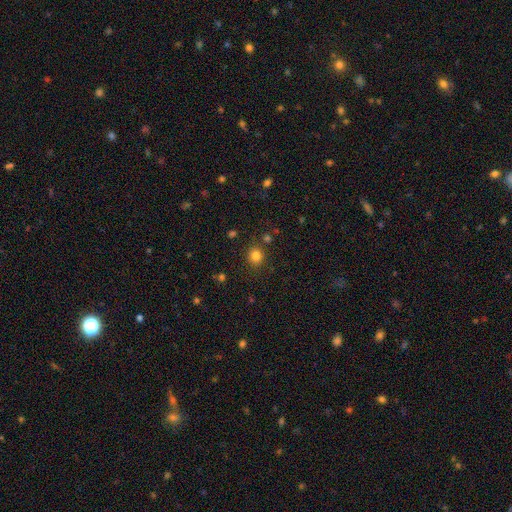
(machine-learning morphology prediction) Smooth or featured? Predicted: smooth (p=0.81). How rounded? Predicted: round (p=0.80). Merging? Predicted: none (p=0.85).